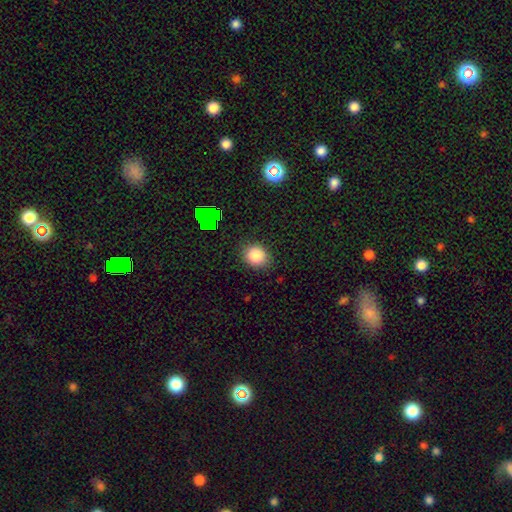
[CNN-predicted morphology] smooth-or-featured: smooth: 83% | star or artifact: 12% | featured or disk: 5%
  how-rounded: round: 69% | in between: 30% | cigar-shaped: 1%
  merging: none: 84% | minor disturbance: 11% | major disturbance: 3% | merger: 2%